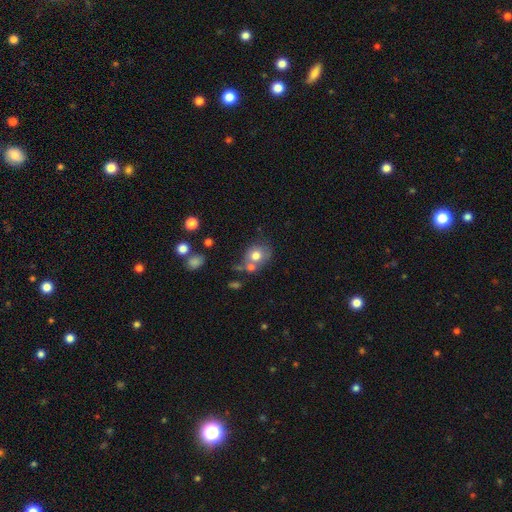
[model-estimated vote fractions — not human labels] Smooth or featured?
  - smooth: 73% *
  - featured or disk: 18%
  - star or artifact: 10%
How rounded?
  - round: 64% *
  - in between: 35%
  - cigar-shaped: 1%
Merging?
  - none: 42% *
  - merger: 33%
  - minor disturbance: 17%
  - major disturbance: 8%